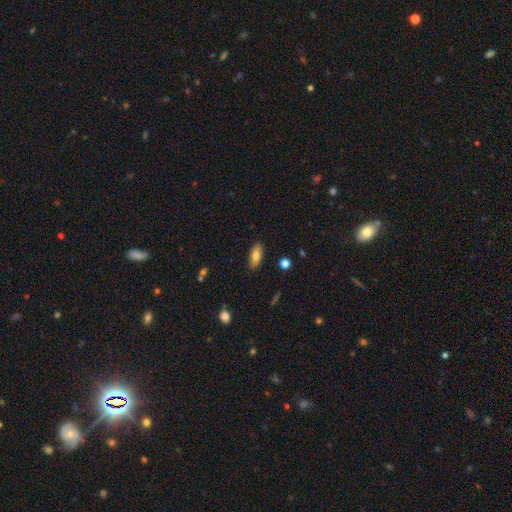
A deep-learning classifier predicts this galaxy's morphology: smooth_or_featured: smooth (p=0.77) [alt: featured or disk p=0.16]
how_rounded: in between (p=0.81) [alt: cigar-shaped p=0.16]
merging: none (p=0.85) [alt: minor disturbance p=0.12]